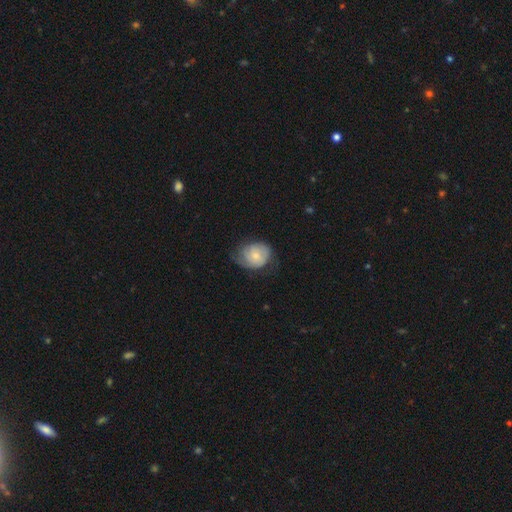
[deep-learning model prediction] A smooth galaxy with no disk features (52%) that is round (59%).

Vote fractions:
- Smooth or featured? smooth: 52% / featured or disk: 41% / star or artifact: 7%
- How rounded? round: 59% / in between: 40% / cigar-shaped: 1%
- Merging? none: 50% / minor disturbance: 33% / major disturbance: 16% / merger: 1%